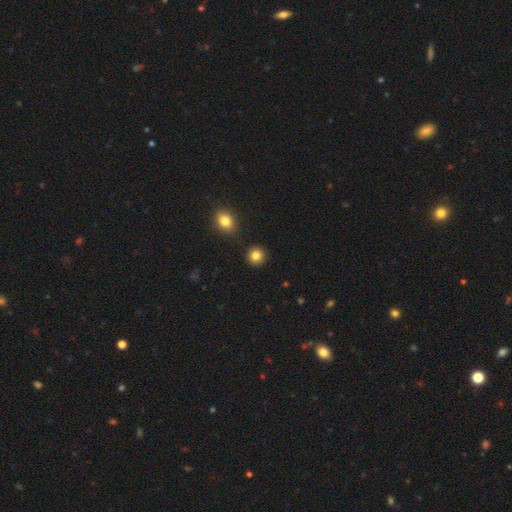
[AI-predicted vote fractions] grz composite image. It shows a smooth galaxy with no disk features (84%) that is round (92%). Merging: none (91%).